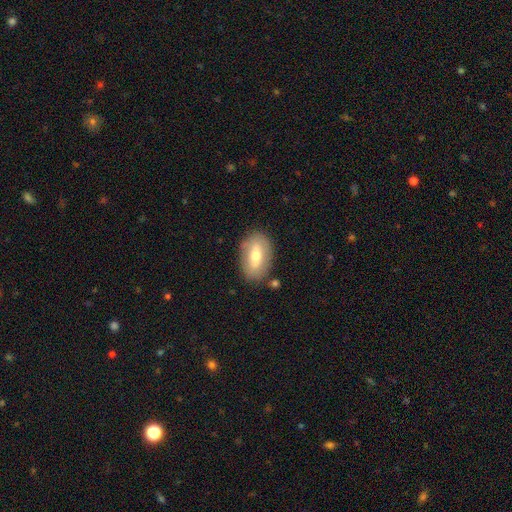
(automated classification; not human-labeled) smooth 57%, featured or disk 36%, star or artifact 7%. Down the decision tree: how rounded — in between (89%); merging — none (81%).